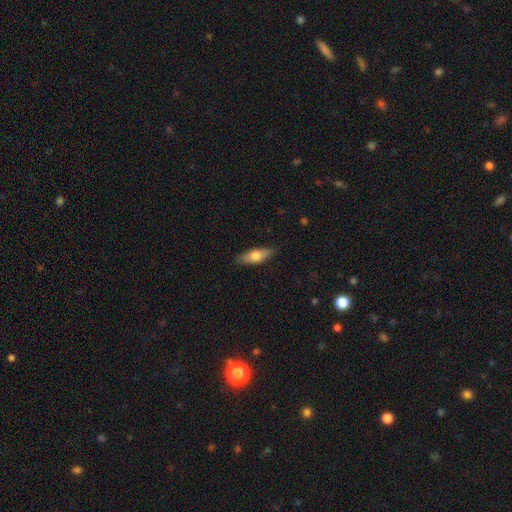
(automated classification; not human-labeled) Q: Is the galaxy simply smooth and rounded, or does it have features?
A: smooth — 64%.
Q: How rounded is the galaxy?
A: in between — 59%.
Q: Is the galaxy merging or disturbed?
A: none — 86%.